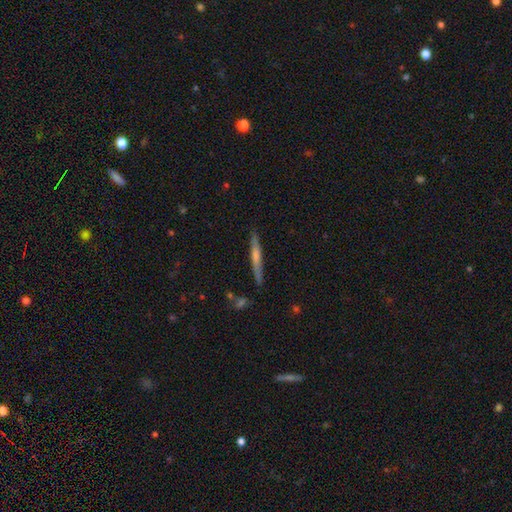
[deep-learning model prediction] Smooth or featured? featured or disk (51%)
Edge-on disk? yes (96%)
Merging? none (88%)